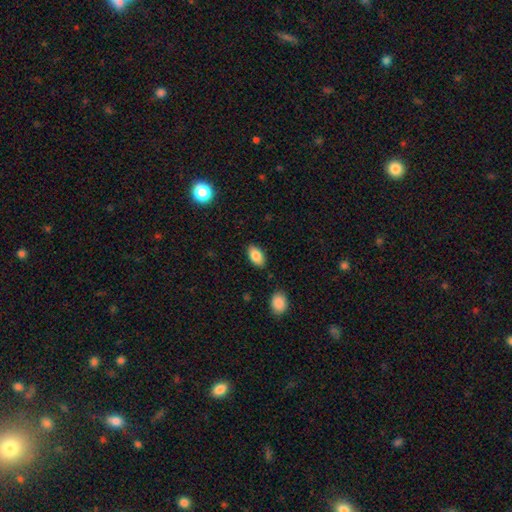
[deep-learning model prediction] Morphology: type=smooth (85%); roundness=in between (93%); merging=none (85%).